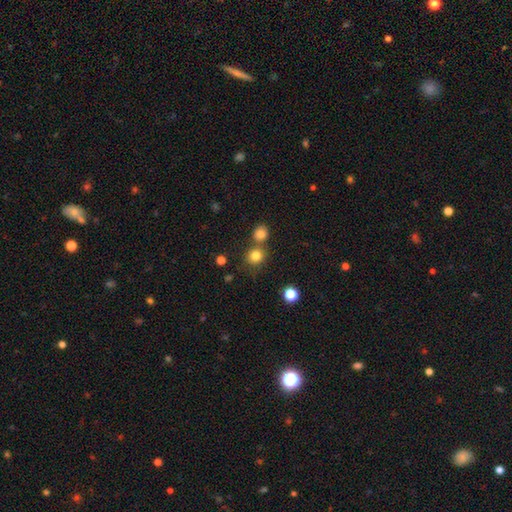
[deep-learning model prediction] Smooth or featured? Predicted: smooth (p=0.81). How rounded? Predicted: round (p=0.87). Merging? Predicted: none (p=0.65).